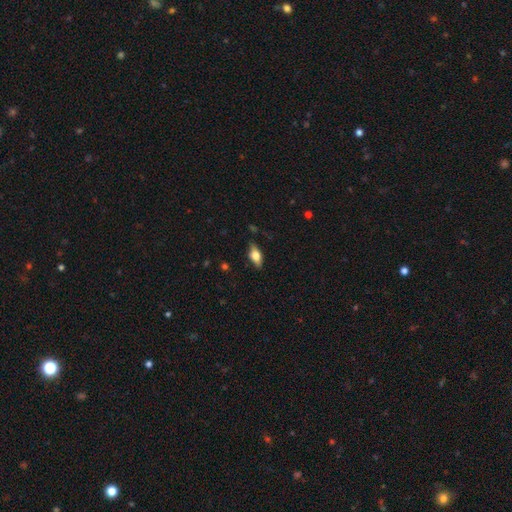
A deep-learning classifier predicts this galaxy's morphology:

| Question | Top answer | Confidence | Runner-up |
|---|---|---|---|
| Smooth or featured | smooth | 62% | featured or disk (30%) |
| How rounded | in between | 81% | cigar-shaped (14%) |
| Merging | none | 81% | minor disturbance (15%) |